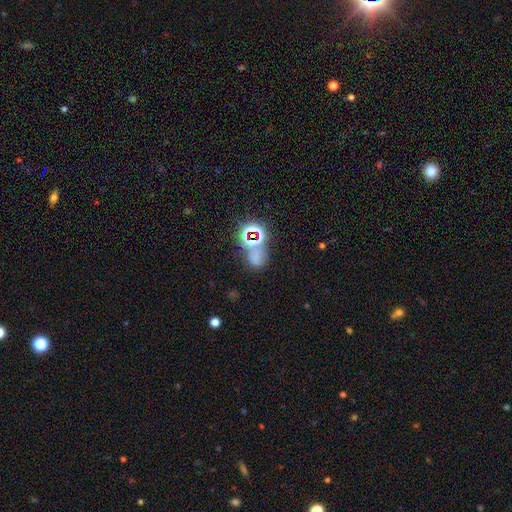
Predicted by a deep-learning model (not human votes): A star or artifact, not a galaxy (49%).